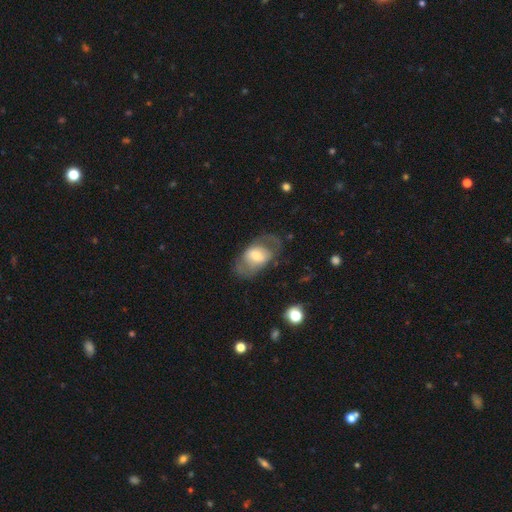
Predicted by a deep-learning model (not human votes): The model was most divided on "smooth or featured": featured or disk: 50%, smooth: 44%, star or artifact: 7%. More confident: merging — none (61%).